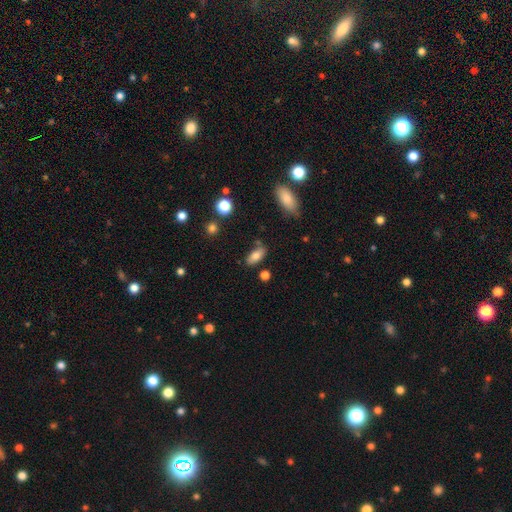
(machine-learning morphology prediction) smooth-or-featured: smooth: 79% | featured or disk: 13% | star or artifact: 8%
  how-rounded: in between: 85% | cigar-shaped: 11% | round: 3%
  merging: none: 73% | minor disturbance: 16% | merger: 7% | major disturbance: 4%